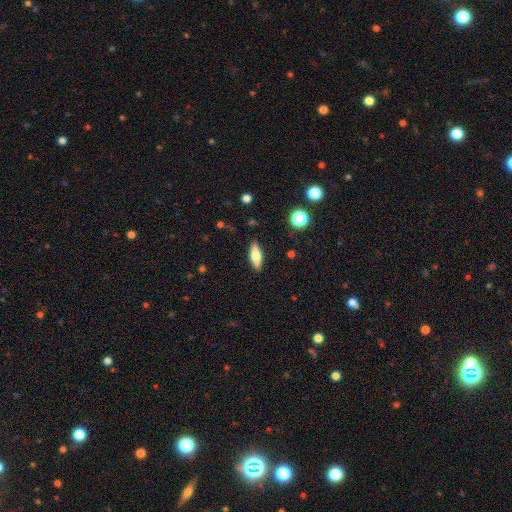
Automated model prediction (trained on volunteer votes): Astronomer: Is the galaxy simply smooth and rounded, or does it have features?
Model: smooth — 62%.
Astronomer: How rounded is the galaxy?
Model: in between — 56% (runner-up: cigar-shaped, 41%).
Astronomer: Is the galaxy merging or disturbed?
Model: none — 88%.